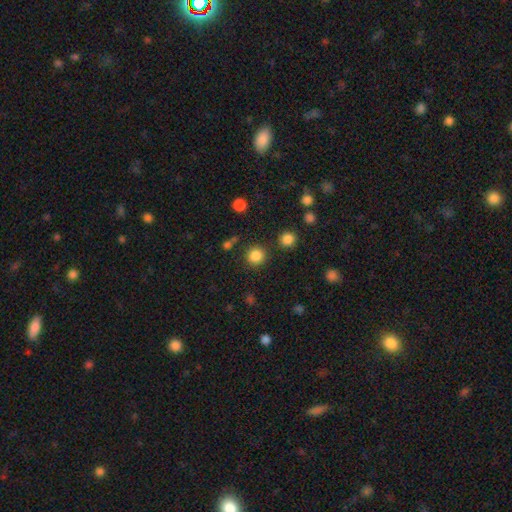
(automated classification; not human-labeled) This is clearly a smooth galaxy (84%). How rounded: clearly round (93%). Merging: clearly none (87%).